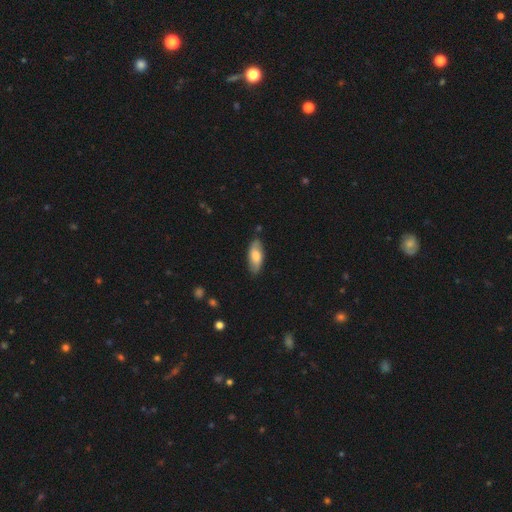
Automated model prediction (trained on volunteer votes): Smooth or featured? Predicted: smooth (p=0.65). How rounded? Predicted: in between (p=0.80). Merging? Predicted: none (p=0.82).